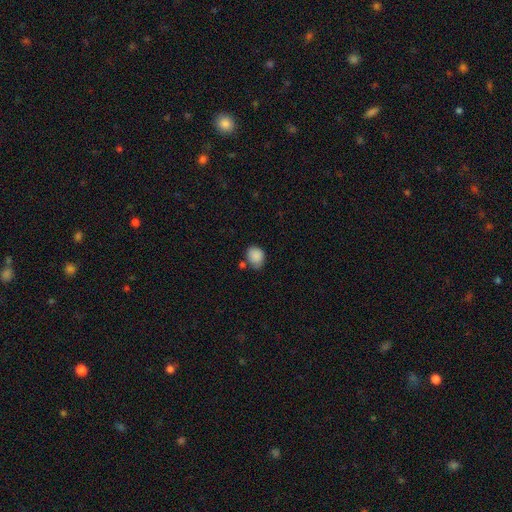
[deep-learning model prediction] This appears to be a smooth galaxy with no disk features (87%) that is round (59%). Merging: none (63%).